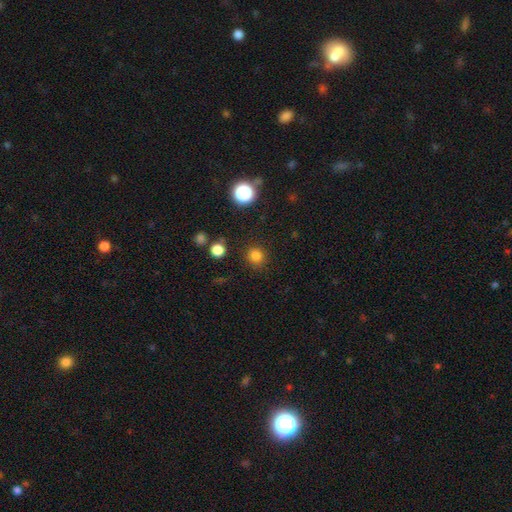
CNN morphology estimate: This is clearly a smooth galaxy (81%). How rounded: clearly round (90%). Merging: clearly none (88%).